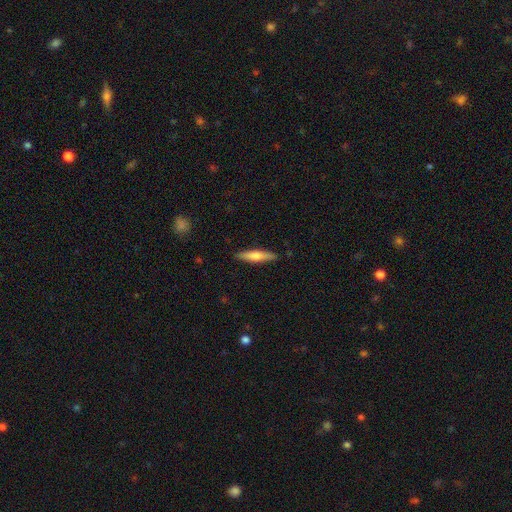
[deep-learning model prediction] A smooth galaxy with no disk features (60%) that is cigar-shaped (83%). Merging: none (88%).